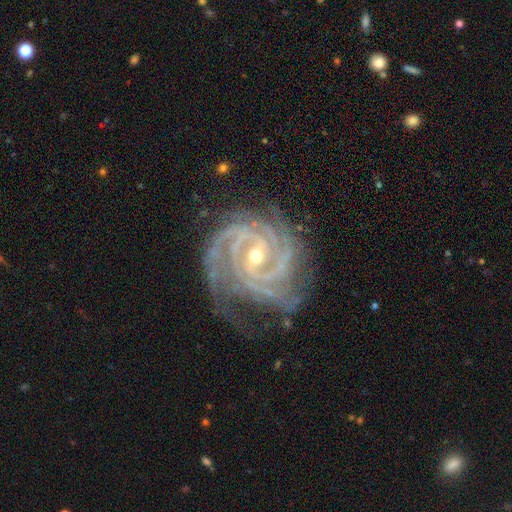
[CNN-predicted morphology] Smooth or featured? Predicted: featured or disk (p=0.93). Edge-on disk? Predicted: no (p=0.98). Bar? Predicted: weak (p=0.39). Spiral arms? Predicted: yes (p=0.99). Spiral winding? Predicted: tight (p=0.78). Spiral arm count? Predicted: 4 (p=0.27). Bulge size? Predicted: small (p=0.54). Merging? Predicted: none (p=0.72).